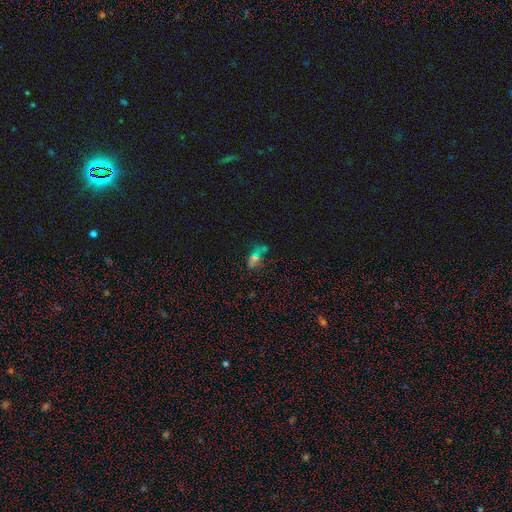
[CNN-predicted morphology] smooth_or_featured: smooth (p=0.43) [alt: star or artifact p=0.34]
merging: none (p=0.45) [alt: merger p=0.22]